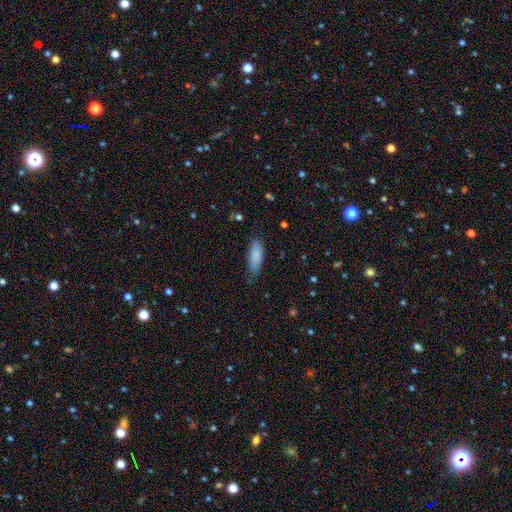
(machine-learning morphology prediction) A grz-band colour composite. It shows a smooth galaxy with no disk features (87%) that is in between round and cigar-shaped (71%). Merging: none (78%).